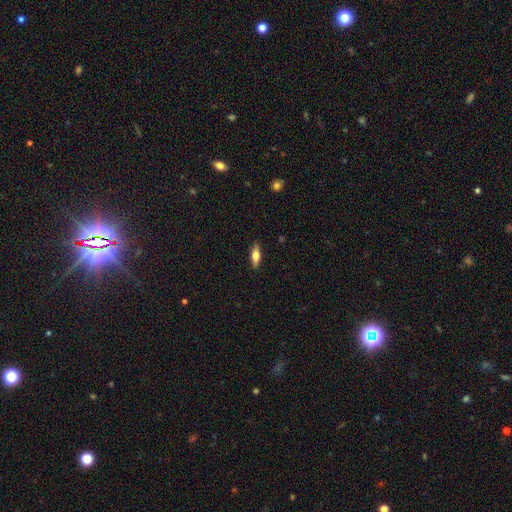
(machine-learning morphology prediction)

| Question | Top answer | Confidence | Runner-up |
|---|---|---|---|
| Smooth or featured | smooth | 62% | featured or disk (32%) |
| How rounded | in between | 60% | cigar-shaped (37%) |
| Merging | none | 88% | minor disturbance (9%) |